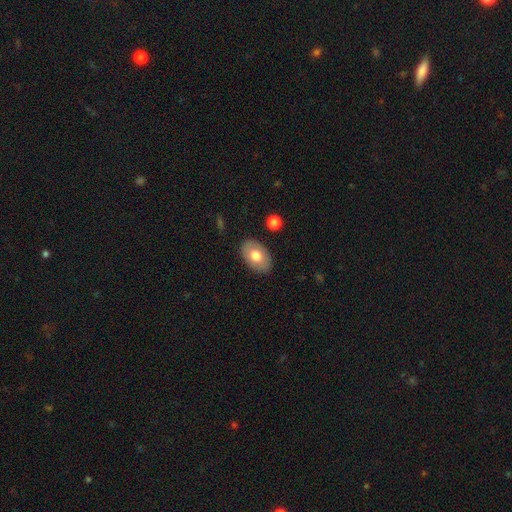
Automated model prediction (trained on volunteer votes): Smooth or featured: smooth — 72% (featured or disk — 22%)
How rounded: in between — 89% (round — 10%)
Merging: none — 87% (minor disturbance — 10%)